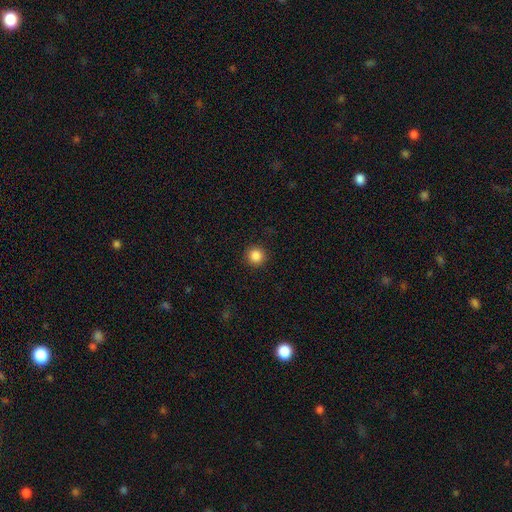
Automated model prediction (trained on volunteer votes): A smooth galaxy with no disk features (86%) that is round (95%).

Vote fractions:
- Smooth or featured? smooth: 86% / star or artifact: 10% / featured or disk: 3%
- How rounded? round: 95% / in between: 4% / cigar-shaped: 1%
- Merging? none: 92% / minor disturbance: 5% / major disturbance: 2% / merger: 1%